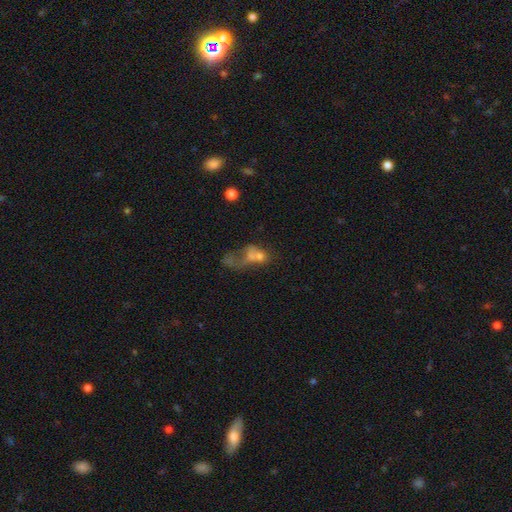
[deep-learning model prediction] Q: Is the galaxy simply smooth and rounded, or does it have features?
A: smooth — 50%.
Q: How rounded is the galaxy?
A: in between — 63%.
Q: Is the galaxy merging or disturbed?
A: merger — 52%.